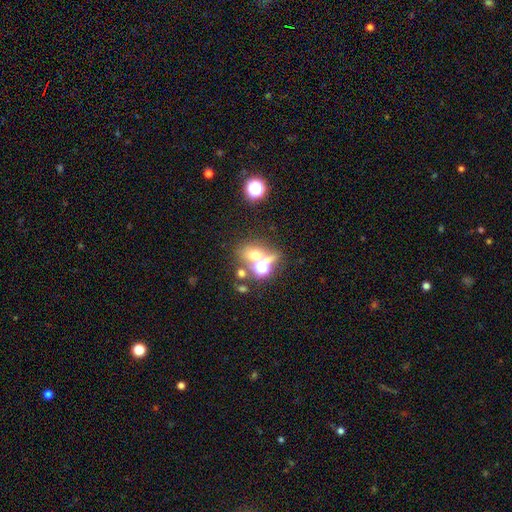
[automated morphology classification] Smooth or featured?
  - smooth: 52% *
  - star or artifact: 31%
  - featured or disk: 17%
How rounded?
  - round: 62% *
  - in between: 35%
  - cigar-shaped: 2%
Merging?
  - none: 48% *
  - merger: 37%
  - minor disturbance: 8%
  - major disturbance: 6%